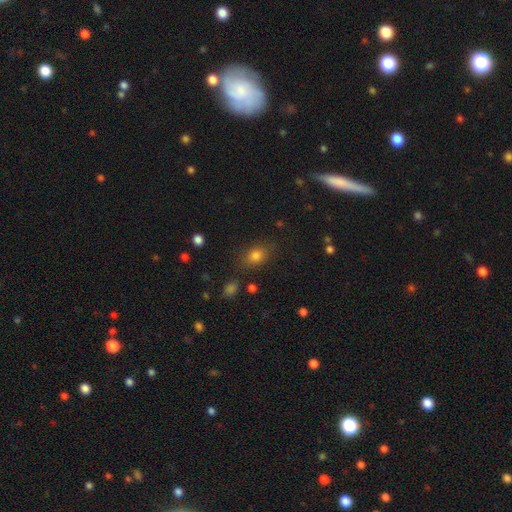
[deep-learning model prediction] Q: Smooth or featured?
A: smooth (77%); runner-up: star or artifact (14%)
Q: How rounded?
A: in between (68%); runner-up: round (30%)
Q: Merging?
A: none (79%); runner-up: minor disturbance (14%)